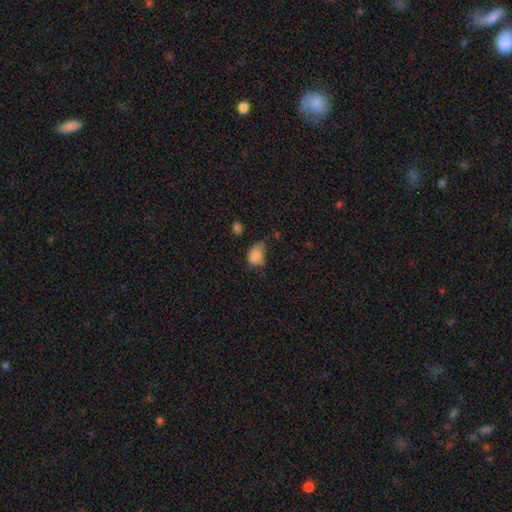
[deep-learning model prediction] Smooth or featured? smooth (84%)
How rounded? in between (71%)
Merging? minor disturbance (42%)